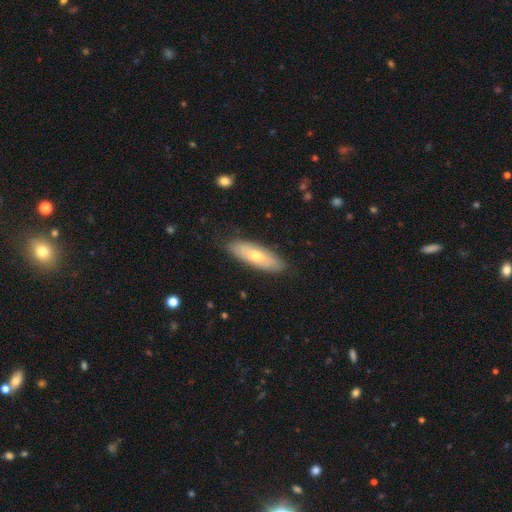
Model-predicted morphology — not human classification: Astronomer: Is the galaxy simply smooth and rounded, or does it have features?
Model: smooth — 57% (runner-up: featured or disk, 37%).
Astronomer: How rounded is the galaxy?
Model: in between — 61% (runner-up: cigar-shaped, 37%).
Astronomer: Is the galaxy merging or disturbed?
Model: none — 83%.